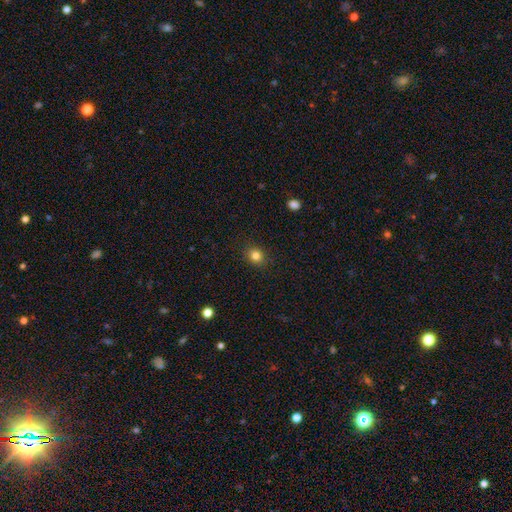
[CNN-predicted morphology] A smooth galaxy with no disk features (82%) that is round (77%).

Vote fractions:
- Smooth or featured? smooth: 82% / star or artifact: 12% / featured or disk: 5%
- How rounded? round: 77% / in between: 22% / cigar-shaped: 1%
- Merging? none: 90% / minor disturbance: 7% / major disturbance: 2% / merger: 1%